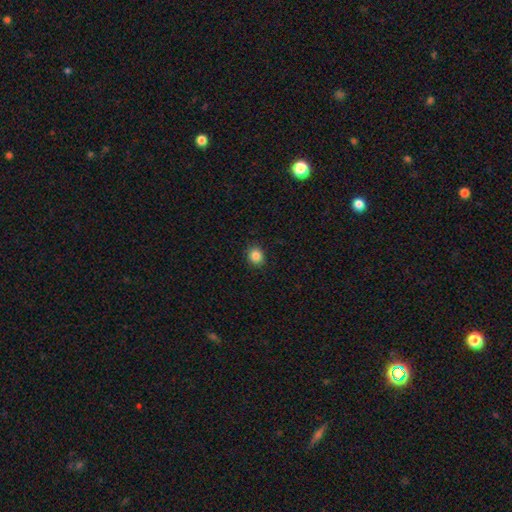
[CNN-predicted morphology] smooth 85%, star or artifact 11%, featured or disk 4%. Down the decision tree: how rounded — round (79%); merging — none (90%).